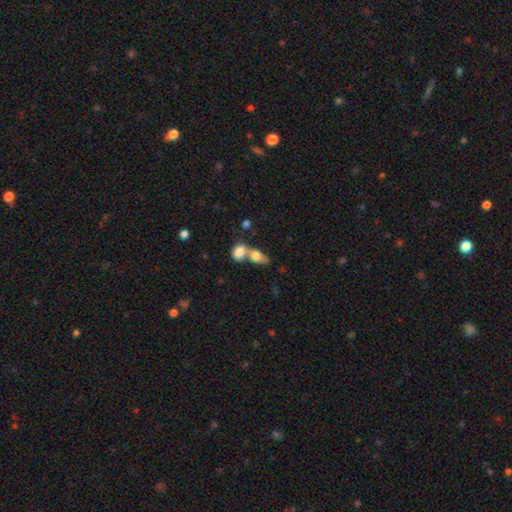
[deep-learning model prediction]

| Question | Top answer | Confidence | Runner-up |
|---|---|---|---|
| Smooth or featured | smooth | 79% | featured or disk (13%) |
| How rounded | in between | 75% | round (21%) |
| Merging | merger | 67% | none (22%) |